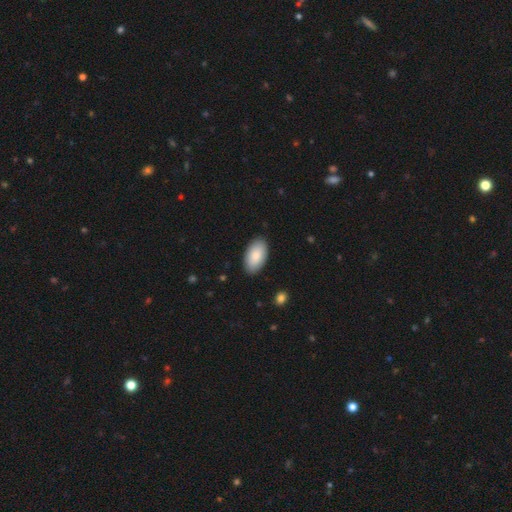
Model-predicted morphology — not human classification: Overall: smooth (86%). How rounded: in between (96%). Merging: none (88%).